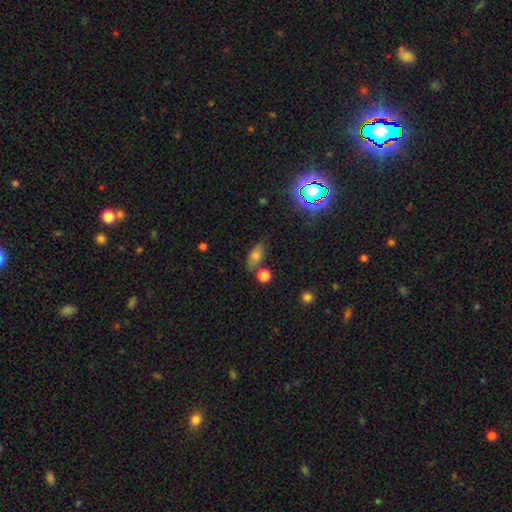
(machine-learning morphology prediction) A smooth galaxy with no disk features (69%) that is in between round and cigar-shaped (80%). Merging: none (70%).